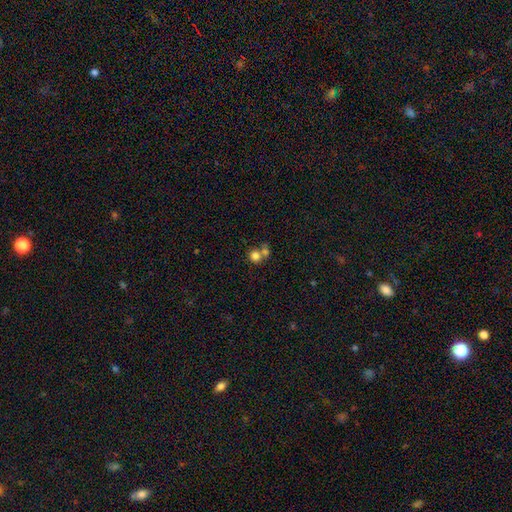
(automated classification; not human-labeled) Morphology: type=smooth (78%); roundness=round (85%); merging=merger (48%).